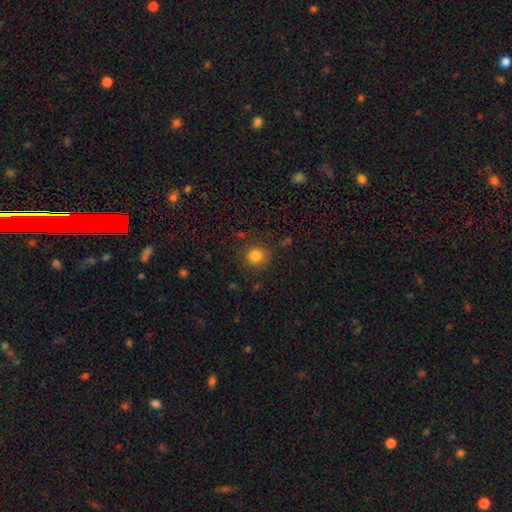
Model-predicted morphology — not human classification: Smooth or featured? Predicted: smooth (p=0.82). How rounded? Predicted: round (p=0.90). Merging? Predicted: none (p=0.86).